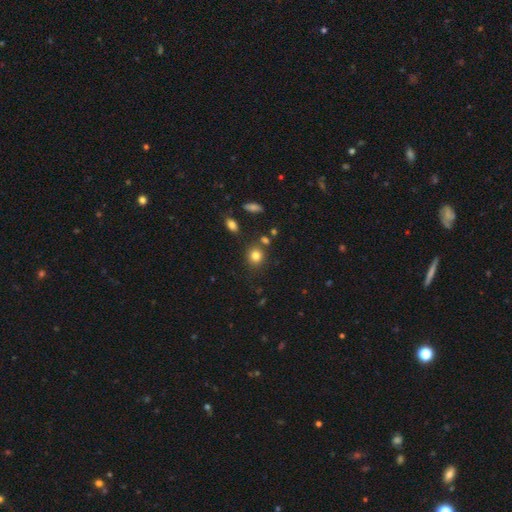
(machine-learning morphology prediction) smooth_or_featured: smooth (p=0.82) [alt: star or artifact p=0.11]
how_rounded: round (p=0.78) [alt: in between p=0.21]
merging: none (p=0.79) [alt: minor disturbance p=0.10]